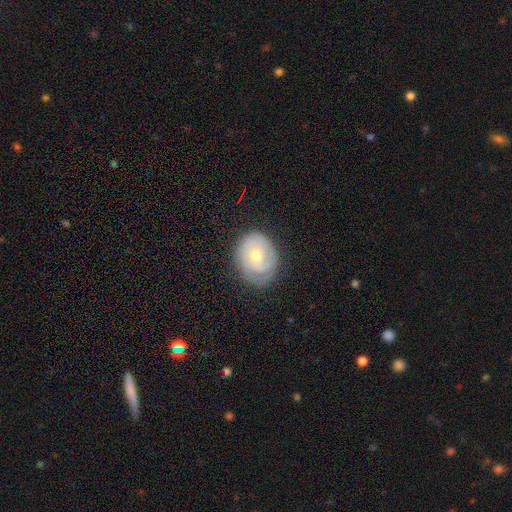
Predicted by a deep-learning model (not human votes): smooth_or_featured: featured or disk (p=0.62) [alt: smooth p=0.31]
disk_edge_on: no (p=0.96) [alt: yes p=0.04]
bar: no (p=0.75) [alt: weak p=0.21]
has_spiral_arms: yes (p=0.74) [alt: no p=0.26]
bulge_size: moderate (p=0.55) [alt: small p=0.41]
merging: none (p=0.72) [alt: minor disturbance p=0.20]